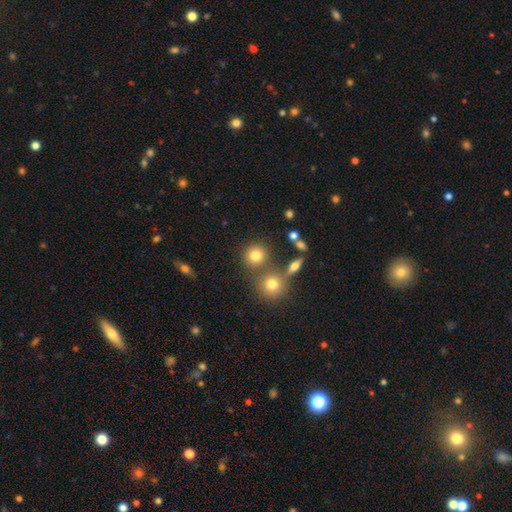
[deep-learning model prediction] Q: Smooth or featured?
A: smooth (78%); runner-up: star or artifact (13%)
Q: How rounded?
A: round (88%); runner-up: in between (10%)
Q: Merging?
A: none (70%); runner-up: merger (18%)